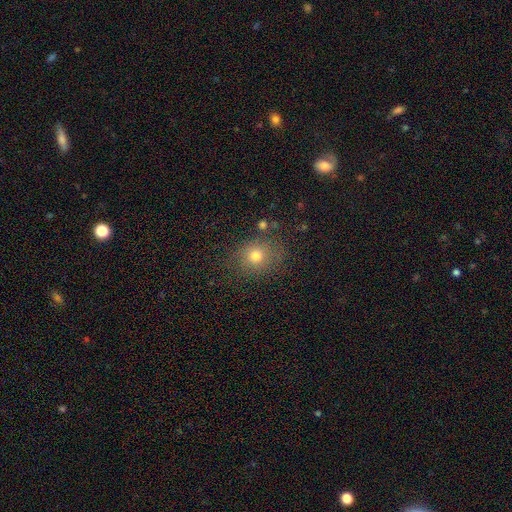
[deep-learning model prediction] Smooth or featured? Predicted: smooth (p=0.75). How rounded? Predicted: round (p=0.69). Merging? Predicted: none (p=0.79).